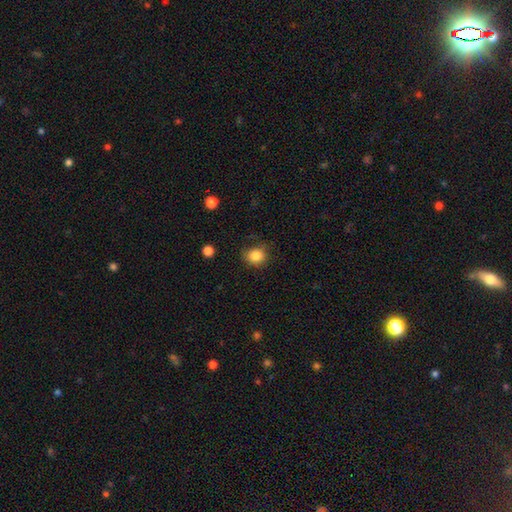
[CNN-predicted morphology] smooth-or-featured: smooth: 85% | star or artifact: 10% | featured or disk: 5%
  how-rounded: round: 75% | in between: 25% | cigar-shaped: 1%
  merging: none: 77% | minor disturbance: 17% | major disturbance: 4% | merger: 1%